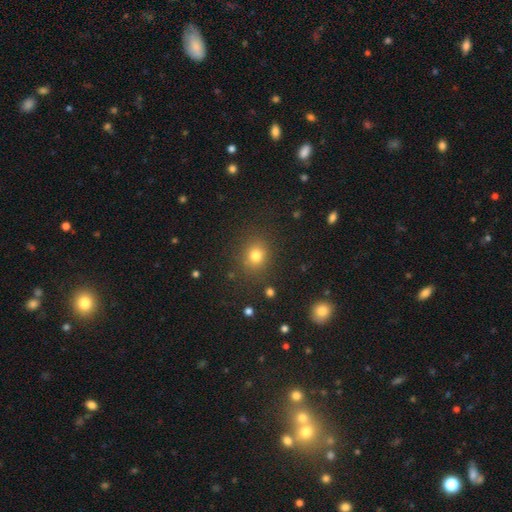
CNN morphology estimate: Smooth or featured?
  - smooth: 78% *
  - star or artifact: 15%
  - featured or disk: 7%
How rounded?
  - round: 74% *
  - in between: 25%
  - cigar-shaped: 1%
Merging?
  - none: 85% *
  - minor disturbance: 9%
  - major disturbance: 4%
  - merger: 2%